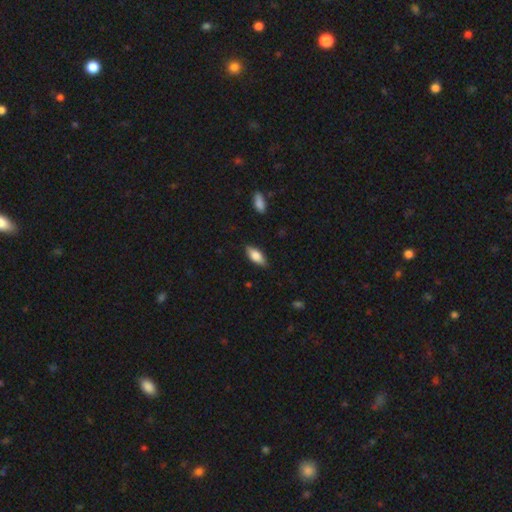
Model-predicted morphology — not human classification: The model was most divided on "smooth or featured": smooth: 77%, featured or disk: 17%, star or artifact: 6%. More confident: merging — none (84%); how rounded — in between (84%).